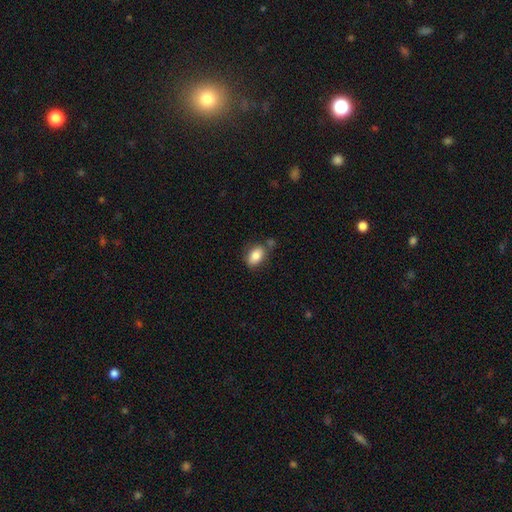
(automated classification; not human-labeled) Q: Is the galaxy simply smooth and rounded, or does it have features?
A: smooth — 83%.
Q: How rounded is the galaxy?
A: in between — 86%.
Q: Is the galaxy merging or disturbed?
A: none — 67%.